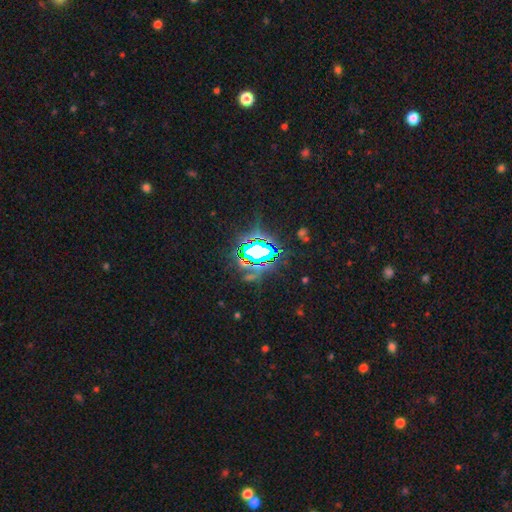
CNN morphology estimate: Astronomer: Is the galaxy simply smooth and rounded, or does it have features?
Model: star or artifact — 77%.